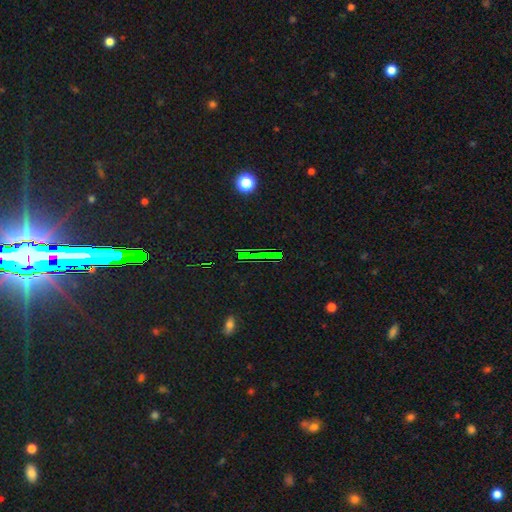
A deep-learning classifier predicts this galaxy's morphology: Smooth or featured? Predicted: star or artifact (p=0.65).